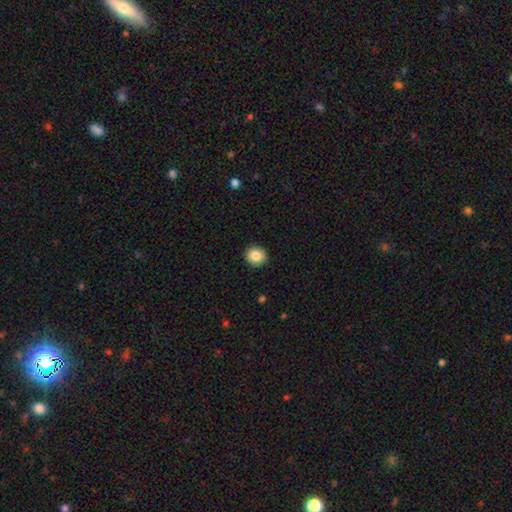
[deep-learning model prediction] Smooth or featured? smooth (87%)
How rounded? round (84%)
Merging? none (90%)